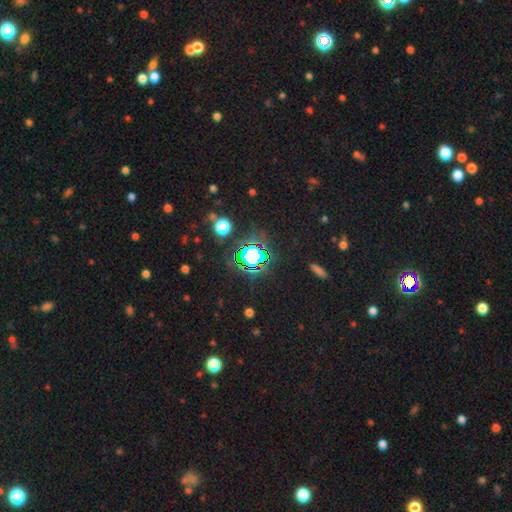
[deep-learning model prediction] Smooth or featured: star or artifact — 72% (smooth — 19%)